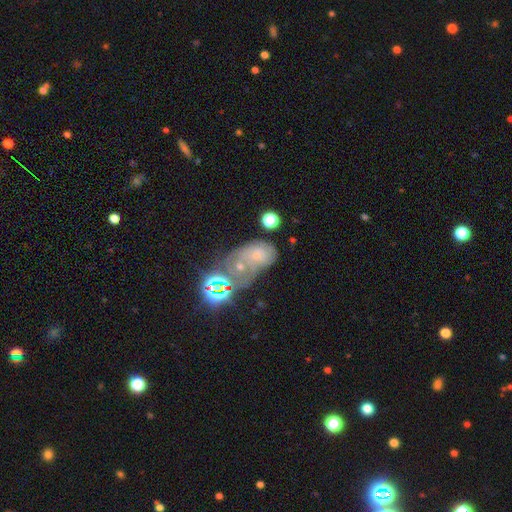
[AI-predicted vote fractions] featured or disk 42%, star or artifact 30%, smooth 28%. Down the decision tree: merging — merger (35%).